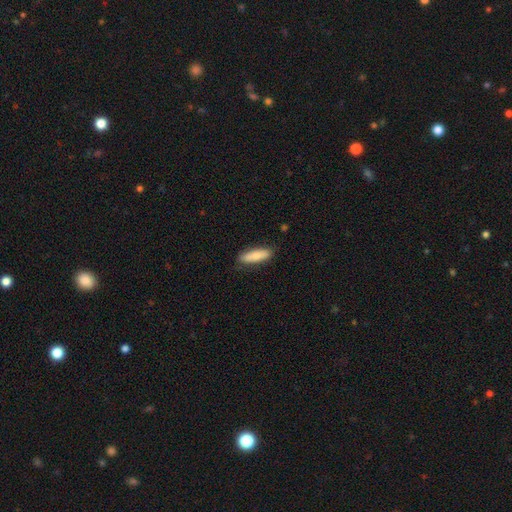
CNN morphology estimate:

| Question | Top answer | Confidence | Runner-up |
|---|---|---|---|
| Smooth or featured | smooth | 78% | featured or disk (16%) |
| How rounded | cigar-shaped | 56% | in between (42%) |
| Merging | none | 83% | minor disturbance (13%) |